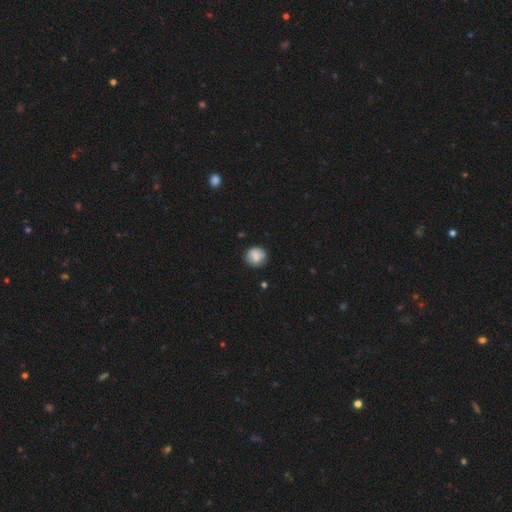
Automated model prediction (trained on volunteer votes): The model was most divided on "merging": none: 78%, minor disturbance: 17%, major disturbance: 3%, merger: 2%. More confident: how rounded — round (86%); smooth or featured — smooth (83%).